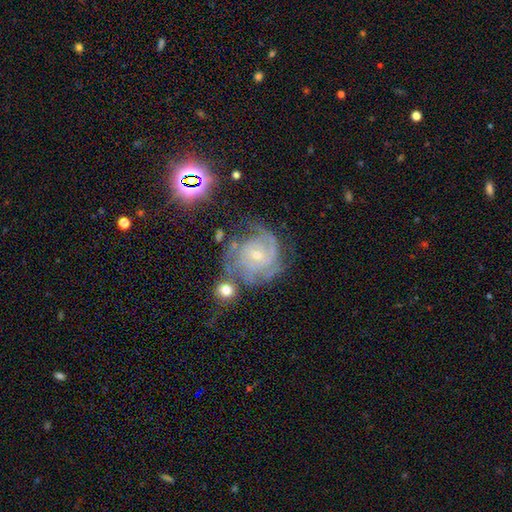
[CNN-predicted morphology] A featured or disk galaxy (84%) with no bar (67%), tight (67%) spiral arms (96%) and a small central bulge (68%). Merging: none (55%).